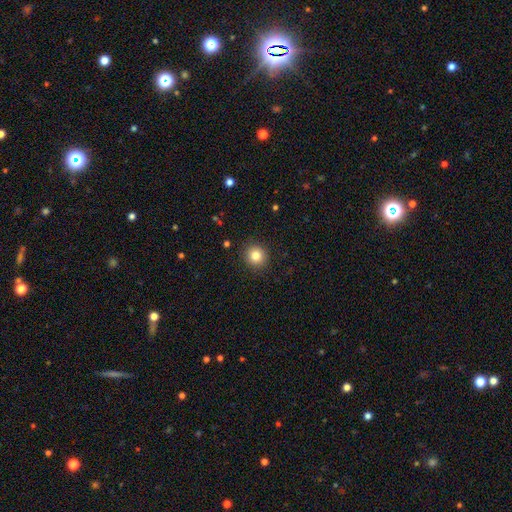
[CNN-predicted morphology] type=smooth (83%); roundness=round (91%); merging=none (91%).